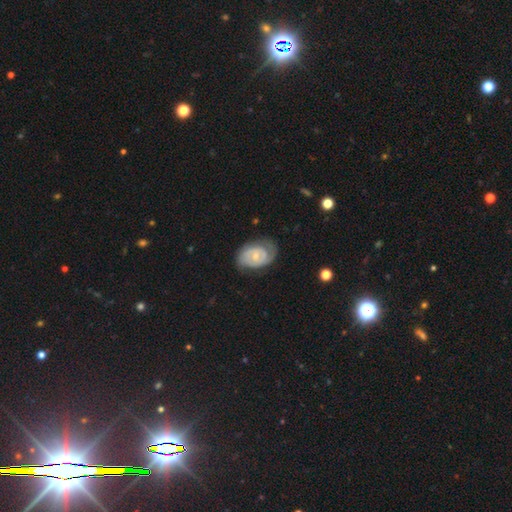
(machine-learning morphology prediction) A featured or disk galaxy (70%) with no bar (58%), 2 (59%) tight (57%) spiral arms (86%) and a small central bulge (60%). Merging: none (62%).